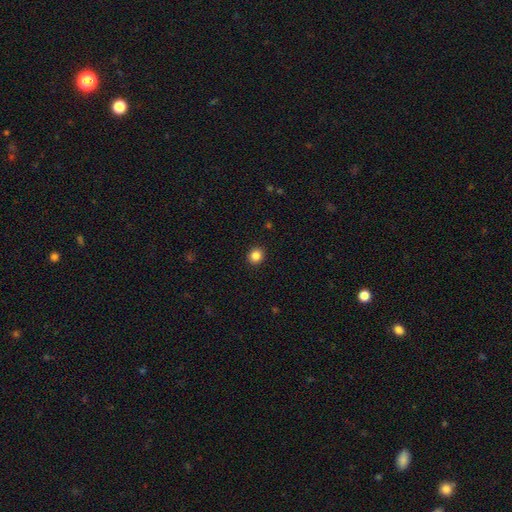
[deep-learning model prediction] smooth 85%, star or artifact 11%, featured or disk 4%. Down the decision tree: how rounded — round (85%); merging — none (93%).